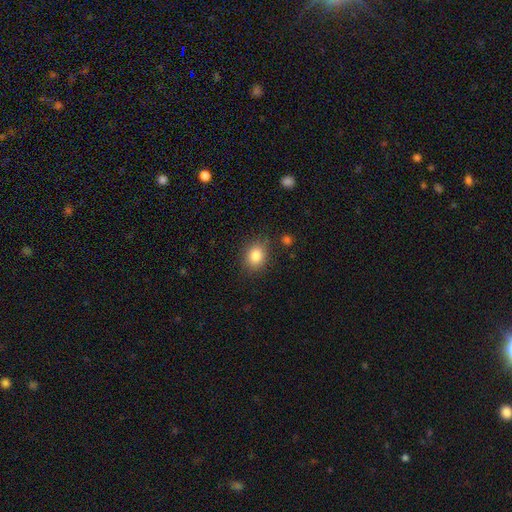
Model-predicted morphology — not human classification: This appears to be a smooth galaxy with no disk features (83%) that is round (58%). Merging: none (83%).